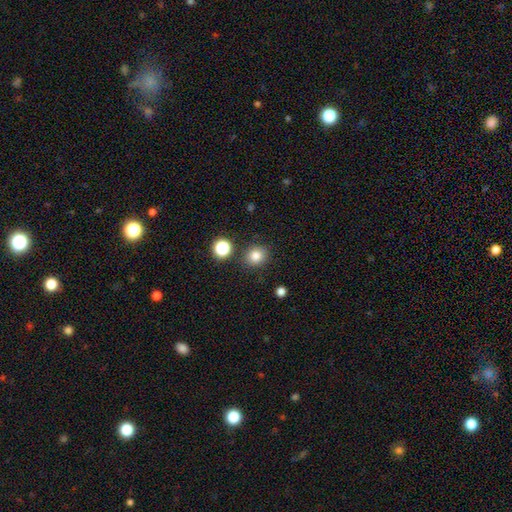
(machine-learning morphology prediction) smooth_or_featured: smooth (p=0.81) [alt: star or artifact p=0.13]
how_rounded: round (p=0.81) [alt: in between p=0.18]
merging: none (p=0.85) [alt: minor disturbance p=0.09]